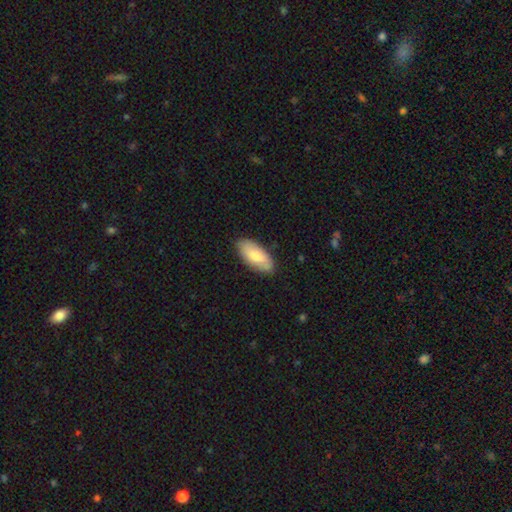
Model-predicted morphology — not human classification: A smooth galaxy with no disk features (74%) that is in between round and cigar-shaped (89%).

Vote fractions:
- Smooth or featured? smooth: 74% / featured or disk: 21% / star or artifact: 5%
- How rounded? in between: 89% / cigar-shaped: 9% / round: 2%
- Merging? none: 84% / minor disturbance: 13% / major disturbance: 2% / merger: 1%